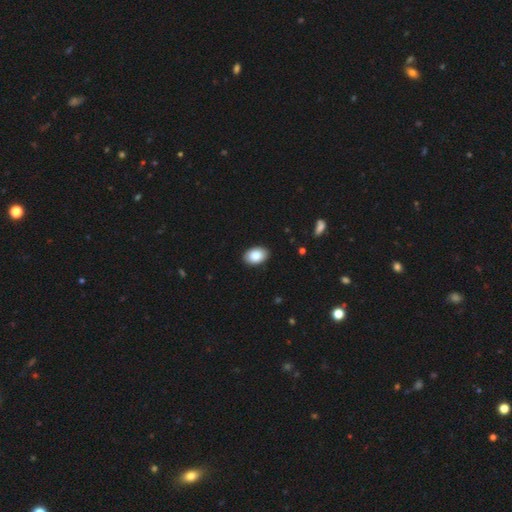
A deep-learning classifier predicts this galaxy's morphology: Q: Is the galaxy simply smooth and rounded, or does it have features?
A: smooth — 88%.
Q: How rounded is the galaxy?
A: in between — 87%.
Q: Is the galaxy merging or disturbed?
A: none — 90%.